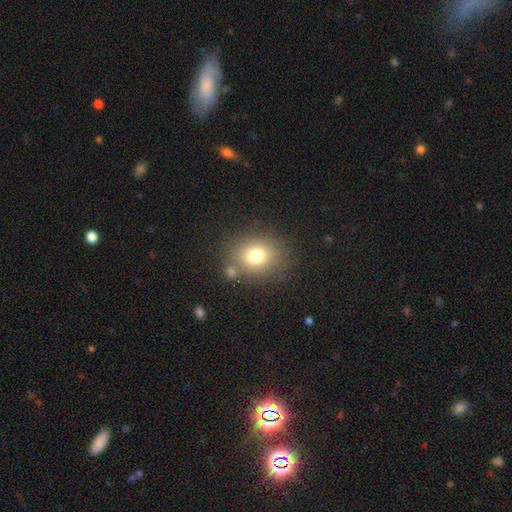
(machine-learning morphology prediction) Overall: smooth (77%). How rounded: round (65%; in between 34%). Merging: none (73%).